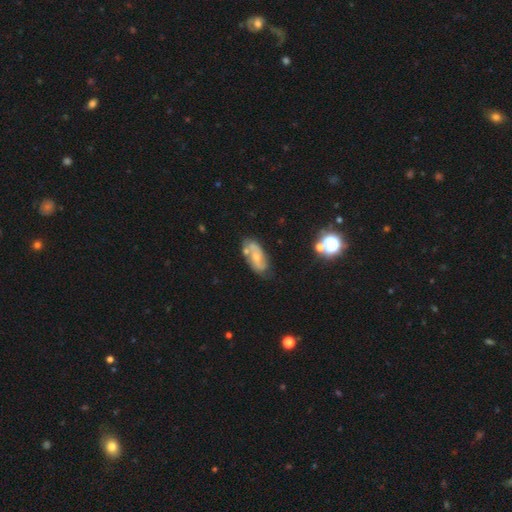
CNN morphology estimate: featured or disk 62%, smooth 29%, star or artifact 9%. Down the decision tree: edge-on disk — no (93%); bar — no (53%); spiral arms — yes (83%); bulge size — small (54%); merging — none (63%).